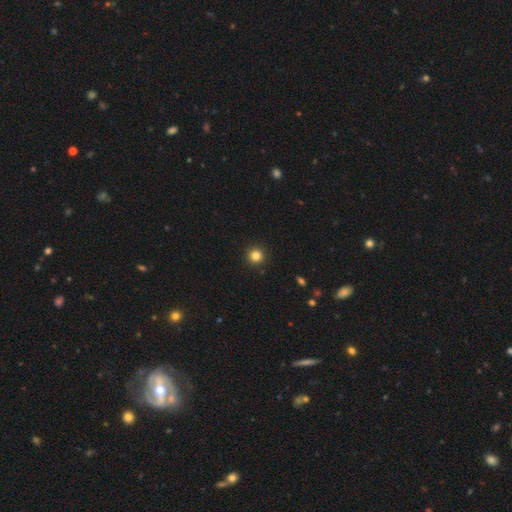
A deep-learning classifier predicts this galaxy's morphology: Smooth or featured?
  - smooth: 83% *
  - star or artifact: 12%
  - featured or disk: 4%
How rounded?
  - round: 96% *
  - in between: 3%
  - cigar-shaped: 1%
Merging?
  - none: 93% *
  - minor disturbance: 4%
  - major disturbance: 1%
  - merger: 1%